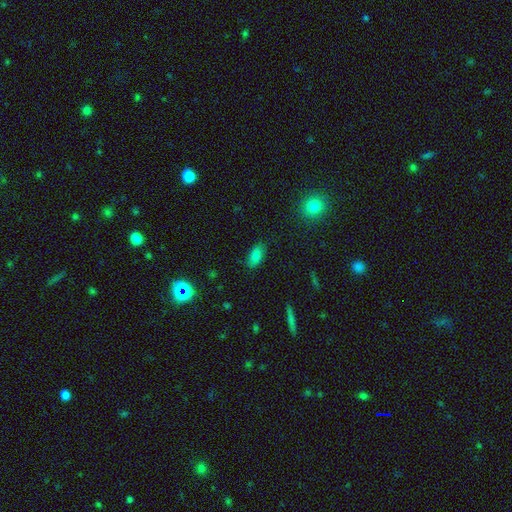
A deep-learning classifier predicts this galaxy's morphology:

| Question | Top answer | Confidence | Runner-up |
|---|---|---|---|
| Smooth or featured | smooth | 79% | star or artifact (12%) |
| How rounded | in between | 91% | cigar-shaped (5%) |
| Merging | none | 82% | minor disturbance (13%) |